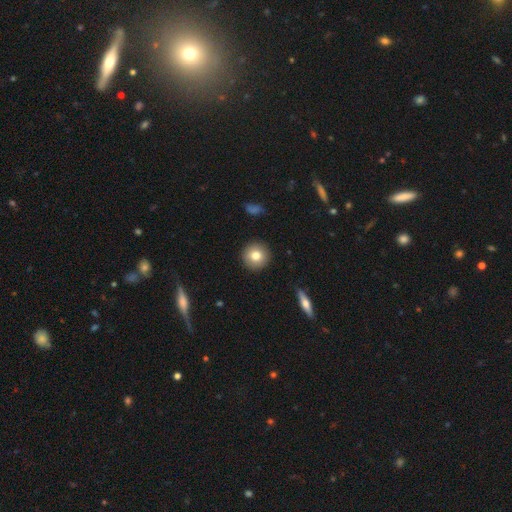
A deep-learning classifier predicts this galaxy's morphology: Q: Smooth or featured?
A: smooth (79%); runner-up: featured or disk (12%)
Q: How rounded?
A: round (94%); runner-up: in between (5%)
Q: Merging?
A: none (92%); runner-up: minor disturbance (6%)